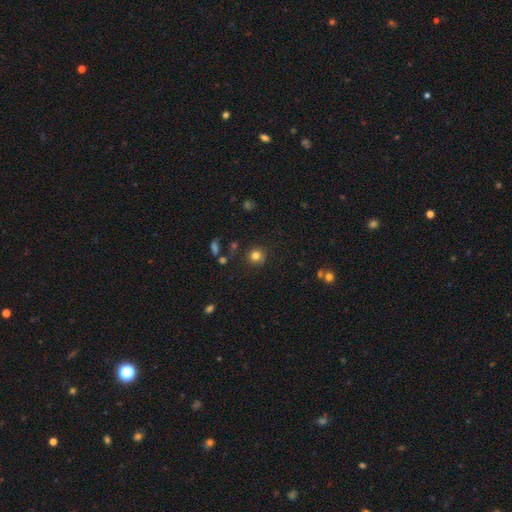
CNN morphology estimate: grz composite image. It shows a smooth galaxy with no disk features (80%) that is round (90%). Merging: none (81%).